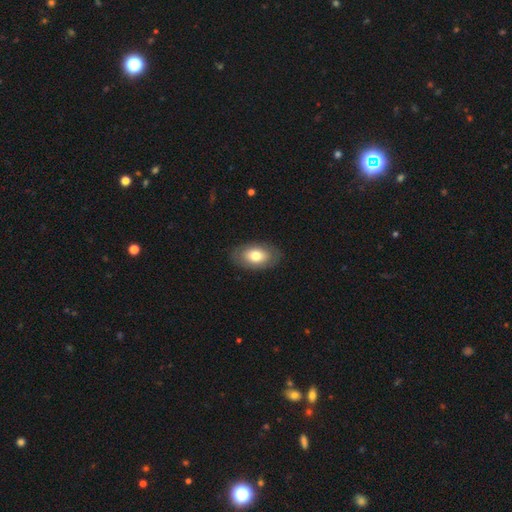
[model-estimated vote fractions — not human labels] A smooth galaxy with no disk features (70%) that is in between round and cigar-shaped (92%). Merging: none (85%).